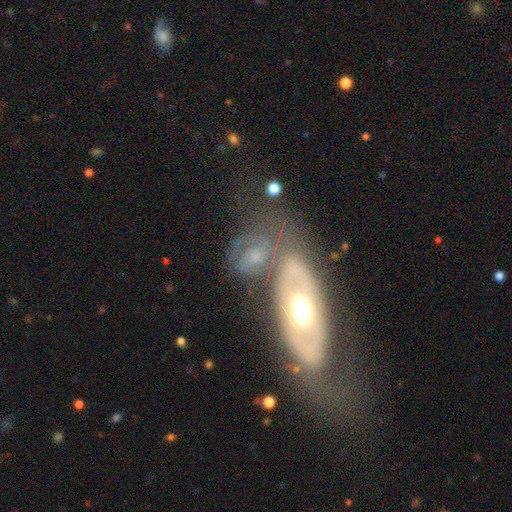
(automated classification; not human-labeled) Overall: featured or disk (67%). Edge-on disk: no (91%). Bar: no (73%). Spiral arms: yes (57%; no 43%). Bulge size: moderate (51%; large 25%). Merging: none (48%; merger 25%).